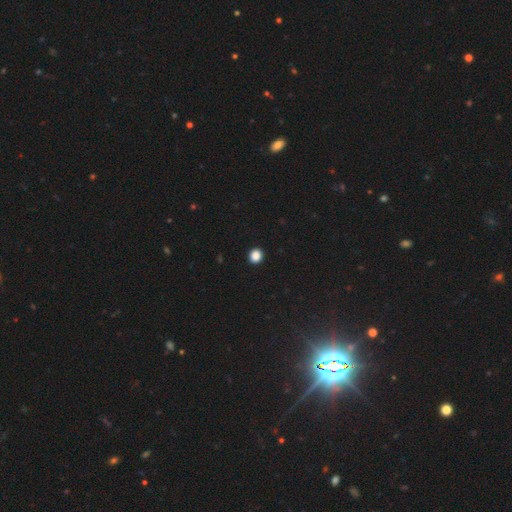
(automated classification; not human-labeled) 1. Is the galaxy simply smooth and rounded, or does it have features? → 87% smooth, 11% star or artifact, 2% featured or disk.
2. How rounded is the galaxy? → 86% round, 13% in between, 1% cigar-shaped.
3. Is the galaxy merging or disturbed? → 93% none, 4% minor disturbance, 1% major disturbance, 1% merger.